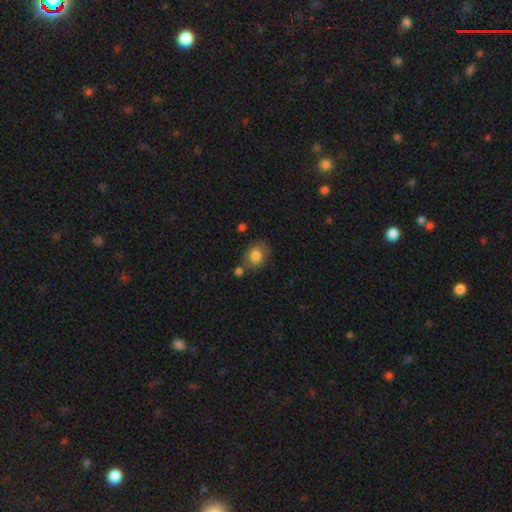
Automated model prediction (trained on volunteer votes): Smooth or featured? smooth (80%)
How rounded? in between (56%)
Merging? none (65%)